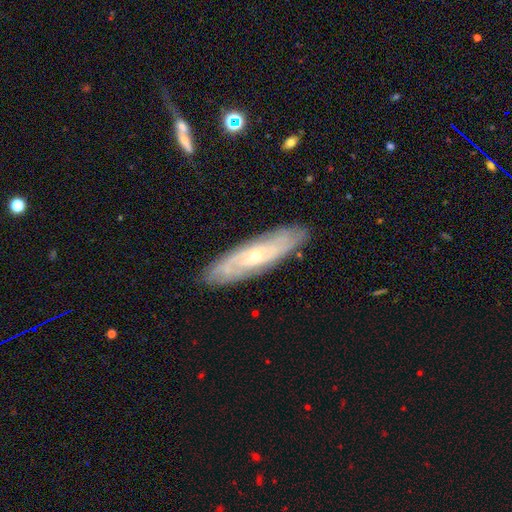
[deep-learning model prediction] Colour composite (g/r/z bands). It shows a featured or disk galaxy (74%) with no bar (71%), spiral arms (81%) and a small central bulge (69%). Merging: none (85%).